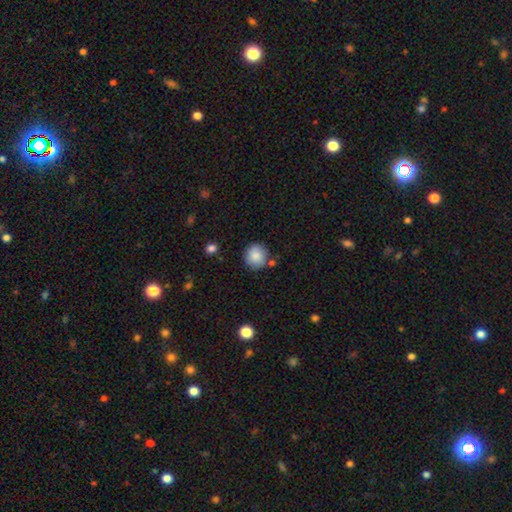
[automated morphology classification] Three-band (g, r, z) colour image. It shows a smooth galaxy with no disk features (86%) that is round (89%). Merging: none (82%).